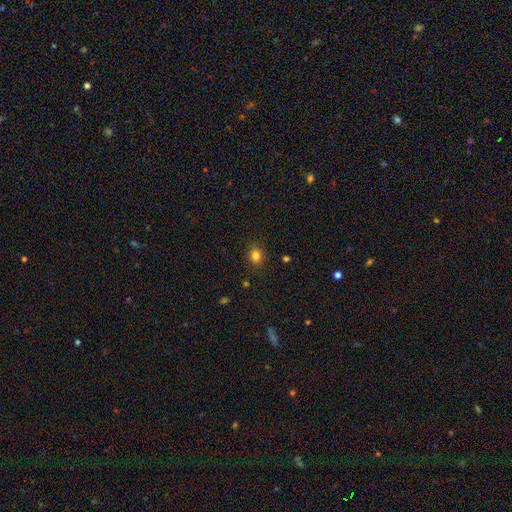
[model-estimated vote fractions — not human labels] This is clearly a smooth galaxy (81%). How rounded: likely round (64%). Merging: clearly none (86%).